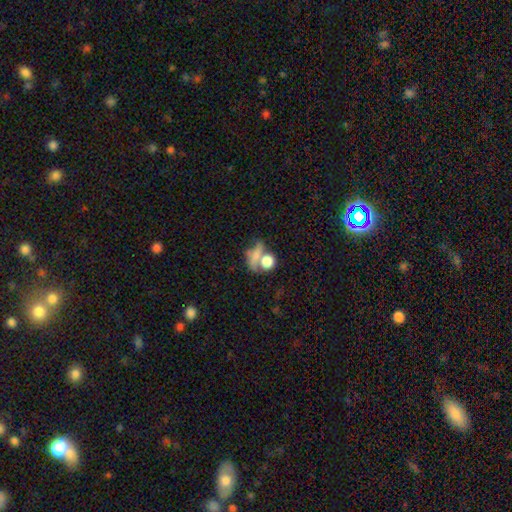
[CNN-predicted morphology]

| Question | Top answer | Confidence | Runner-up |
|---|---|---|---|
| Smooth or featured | smooth | 63% | featured or disk (22%) |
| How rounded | round | 46% | in between (44%) |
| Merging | merger | 44% | none (31%) |